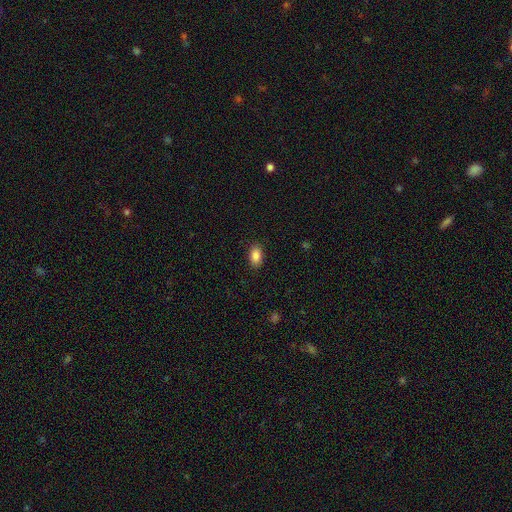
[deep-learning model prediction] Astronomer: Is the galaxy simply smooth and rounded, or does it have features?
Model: smooth — 87%.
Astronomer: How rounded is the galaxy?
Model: in between — 91%.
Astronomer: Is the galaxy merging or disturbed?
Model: none — 89%.